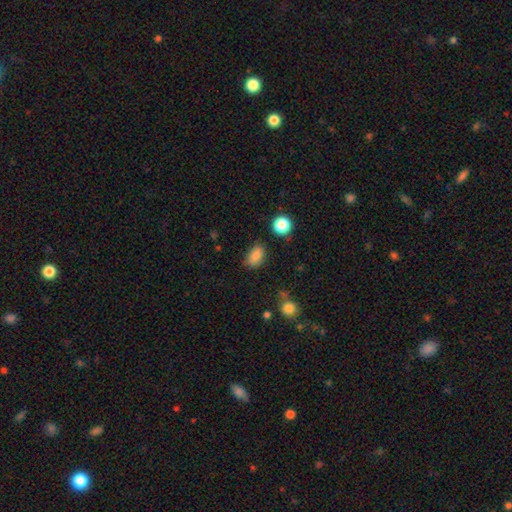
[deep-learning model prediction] Smooth or featured: smooth — 85% (star or artifact — 10%)
How rounded: in between — 86% (round — 13%)
Merging: none — 74% (minor disturbance — 19%)